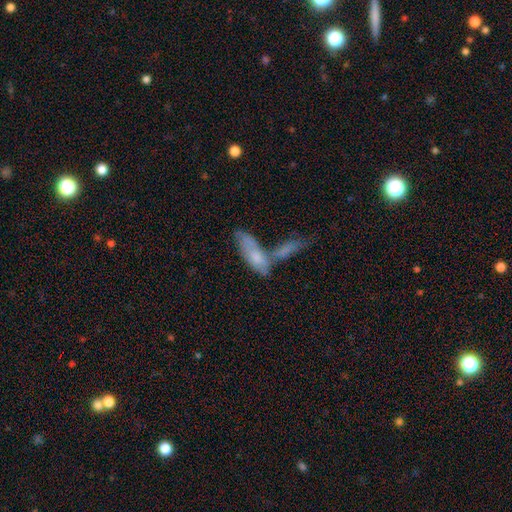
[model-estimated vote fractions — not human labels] This is likely a smooth galaxy (64%). How rounded: likely in between (68%). Merging: possibly merger (53%).